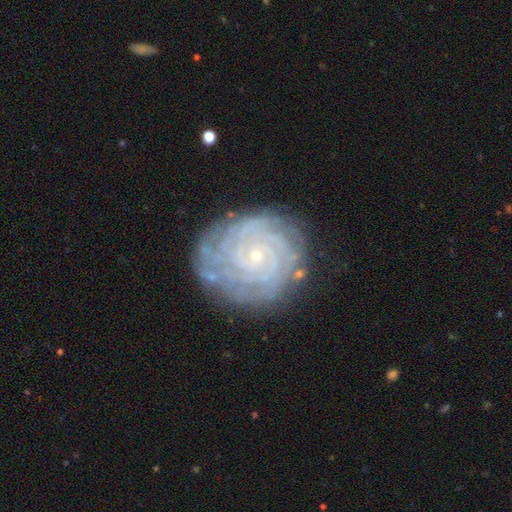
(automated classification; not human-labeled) smooth-or-featured: featured or disk: 86% | smooth: 7% | star or artifact: 7%
  disk-edge-on: no: 98% | yes: 2%
    bar: no: 79% | weak: 15% | strong: 6%
    has-spiral-arms: yes: 98% | no: 2%
      spiral-winding: tight: 88% | medium: 10% | loose: 2%
      spiral-arm-count: 4: 26% | can't tell: 21% | more than 4: 18% | 3: 16% | 2: 12% | 1: 7%
    bulge-size: small: 88% | moderate: 9% | none: 1% | large: 1% | dominant: 1%
  merging: none: 80% | minor disturbance: 14% | major disturbance: 4% | merger: 2%